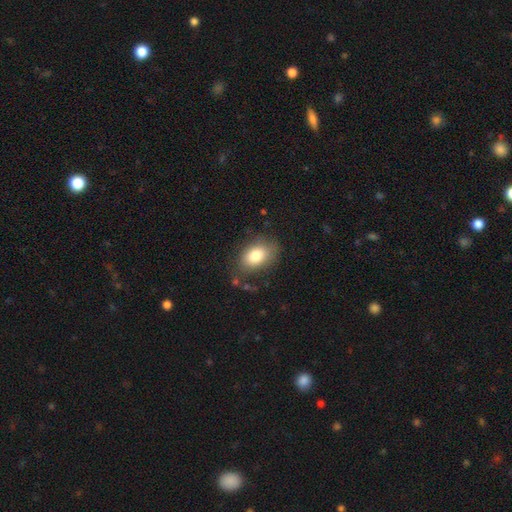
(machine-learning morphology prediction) type=smooth (80%); roundness=in between (85%); merging=none (75%).